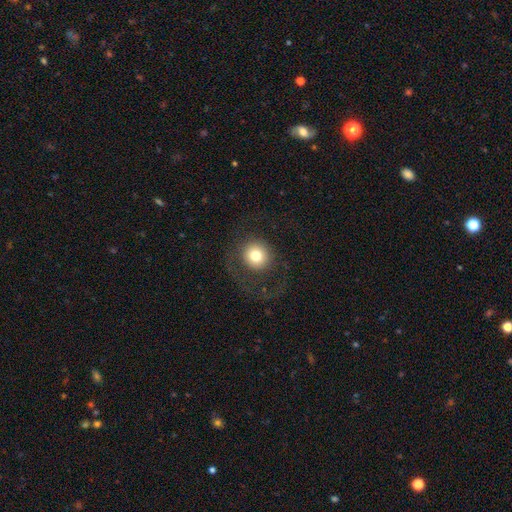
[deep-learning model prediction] This is likely a smooth galaxy (70%). How rounded: clearly round (93%). Merging: likely none (69%).